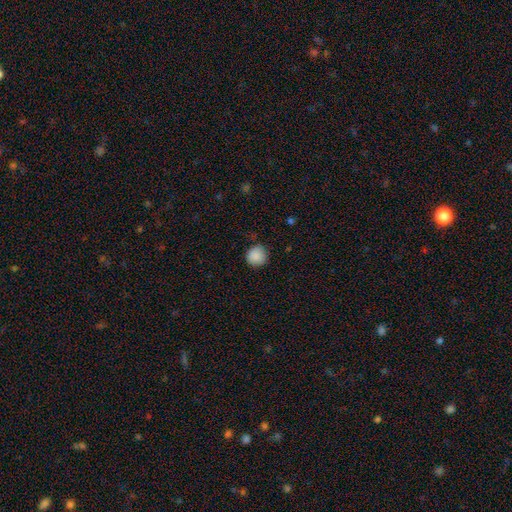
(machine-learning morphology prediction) Smooth or featured?
  - smooth: 88% *
  - star or artifact: 9%
  - featured or disk: 3%
How rounded?
  - round: 93% *
  - in between: 6%
  - cigar-shaped: 1%
Merging?
  - none: 82% *
  - minor disturbance: 14%
  - major disturbance: 3%
  - merger: 1%